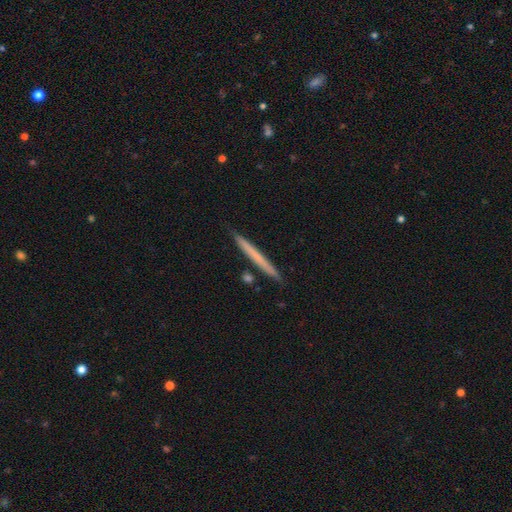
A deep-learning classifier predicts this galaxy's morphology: smooth_or_featured: smooth (p=0.59) [alt: featured or disk p=0.35]
how_rounded: cigar-shaped (p=0.97) [alt: in between p=0.02]
merging: none (p=0.90) [alt: minor disturbance p=0.07]